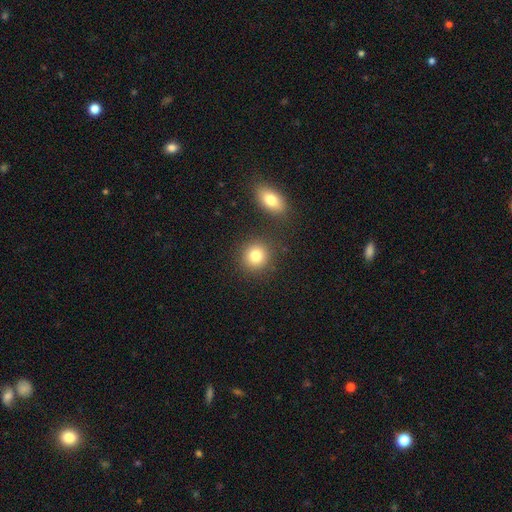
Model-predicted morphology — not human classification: Smooth or featured? Predicted: smooth (p=0.82). How rounded? Predicted: round (p=0.84). Merging? Predicted: none (p=0.81).